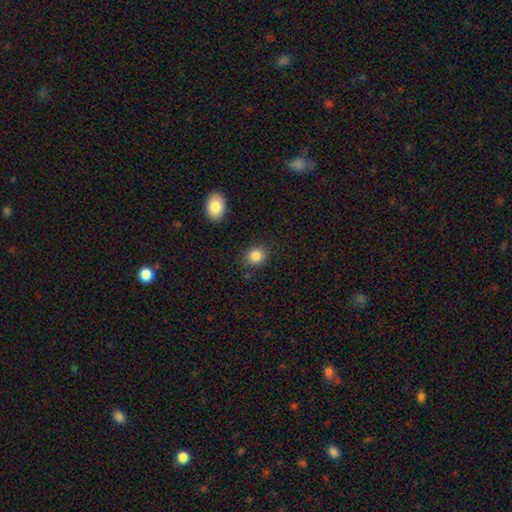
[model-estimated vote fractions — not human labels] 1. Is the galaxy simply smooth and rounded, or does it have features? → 85% smooth, 10% star or artifact, 5% featured or disk.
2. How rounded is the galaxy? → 63% round, 36% in between, 1% cigar-shaped.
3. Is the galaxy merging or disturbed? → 84% none, 10% minor disturbance, 3% major disturbance, 3% merger.